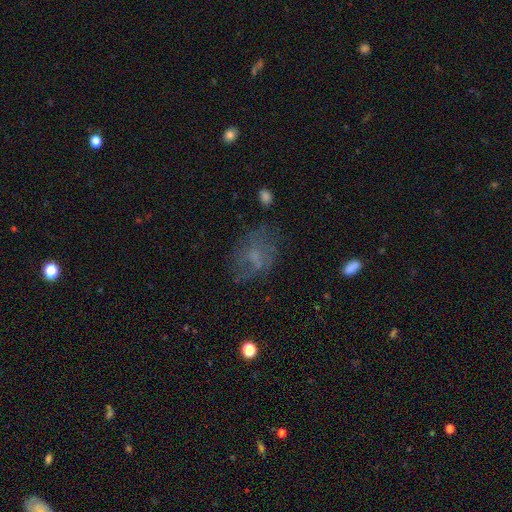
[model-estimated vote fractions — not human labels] Smooth or featured: featured or disk — 42% (tied with smooth — 42%)
Merging: none — 55% (minor disturbance — 22%)